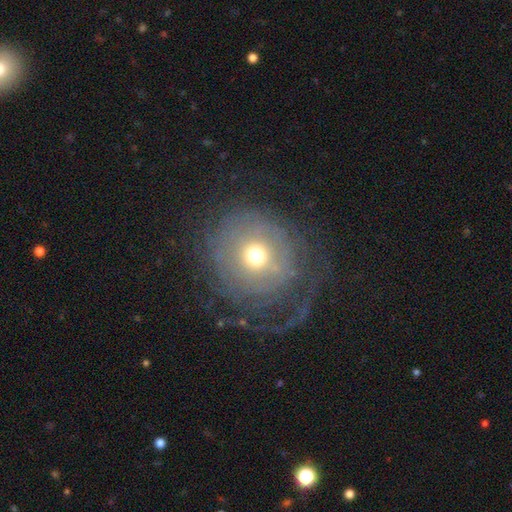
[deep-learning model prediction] Smooth or featured: featured or disk — 54% (smooth — 33%)
Edge-on disk: no — 95% (yes — 5%)
Bar: no — 83% (weak — 13%)
Spiral arms: yes — 55% (no — 45%)
Bulge size: moderate — 56% (small — 32%)
Merging: none — 64% (major disturbance — 21%)